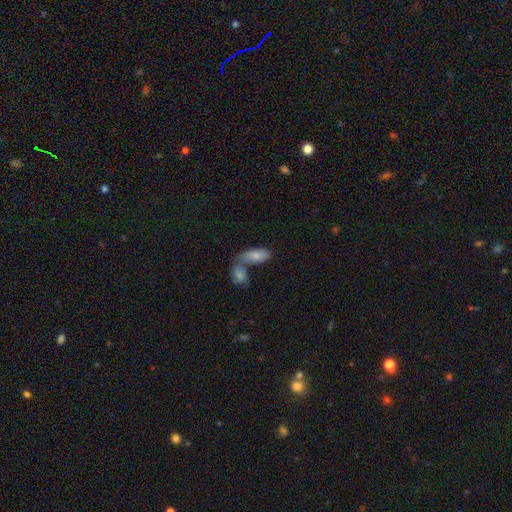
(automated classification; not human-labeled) Smooth or featured? Predicted: smooth (p=0.79). How rounded? Predicted: in between (p=0.87). Merging? Predicted: merger (p=0.55).